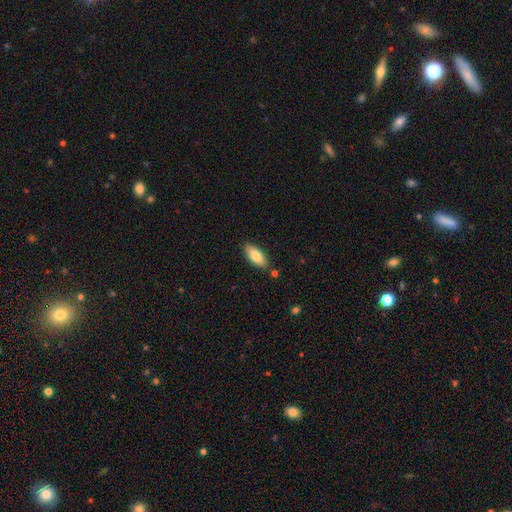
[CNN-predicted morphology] A smooth galaxy with no disk features (80%) that is in between round and cigar-shaped (84%). Merging: none (83%).